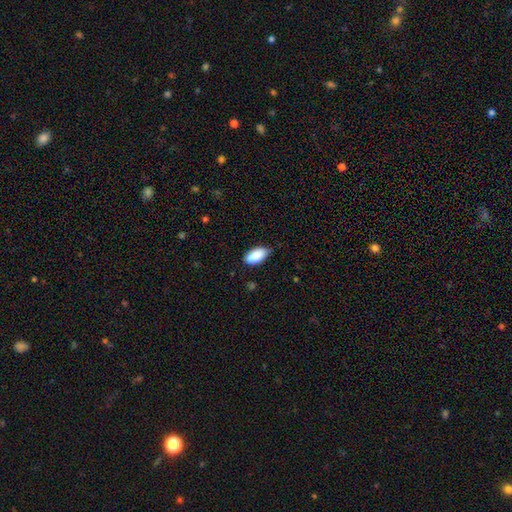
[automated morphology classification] Q: Smooth or featured?
A: smooth (89%); runner-up: star or artifact (6%)
Q: How rounded?
A: in between (94%); runner-up: cigar-shaped (4%)
Q: Merging?
A: none (77%); runner-up: minor disturbance (19%)